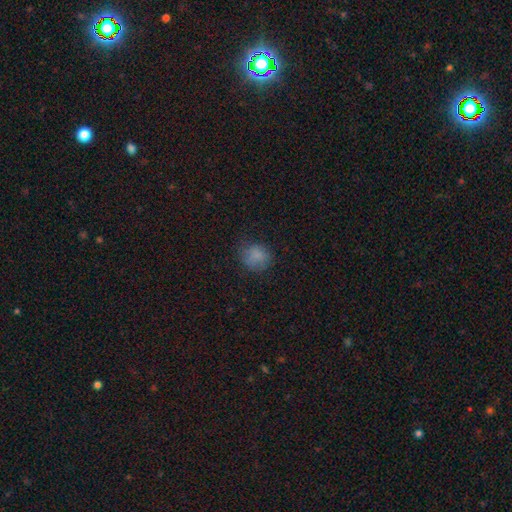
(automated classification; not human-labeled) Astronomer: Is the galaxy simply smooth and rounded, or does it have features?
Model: smooth — 81%.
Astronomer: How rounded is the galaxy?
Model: round — 80%.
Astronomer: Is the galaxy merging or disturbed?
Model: none — 71%.